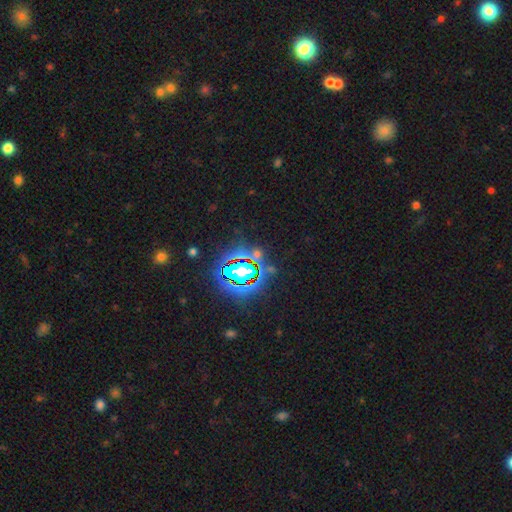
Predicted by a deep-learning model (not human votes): smooth-or-featured: star or artifact: 76% | smooth: 14% | featured or disk: 10%